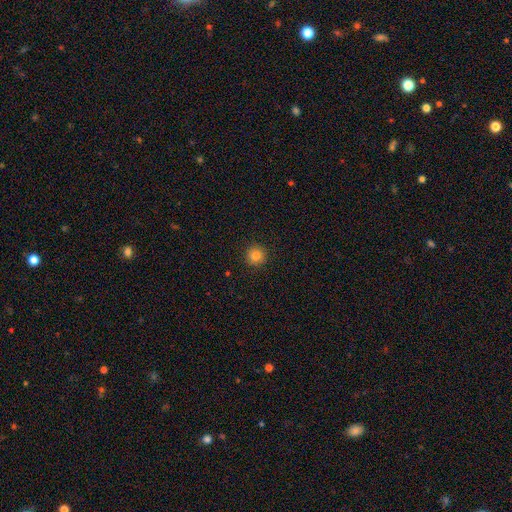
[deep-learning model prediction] A smooth galaxy with no disk features (84%) that is round (94%). Merging: none (91%).